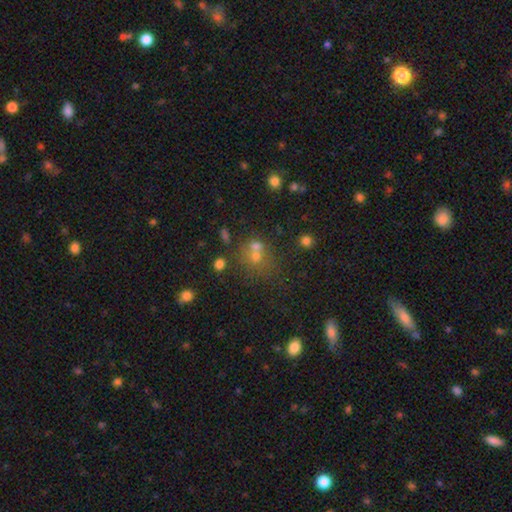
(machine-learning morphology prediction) Smooth or featured: smooth — 50% (star or artifact — 35%)
Merging: none — 48% (merger — 38%)